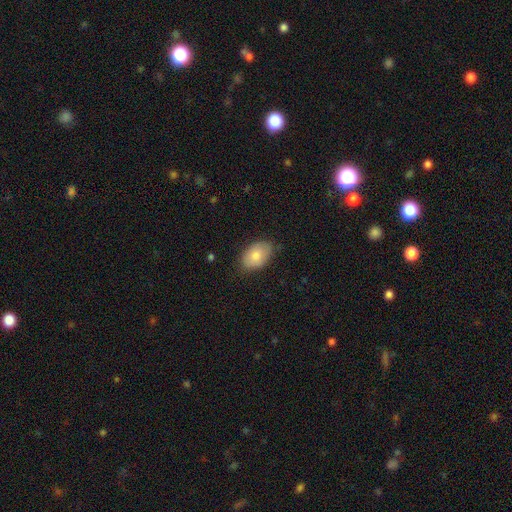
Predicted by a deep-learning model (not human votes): smooth-or-featured: smooth: 79% | featured or disk: 15% | star or artifact: 6%
  how-rounded: in between: 90% | round: 9% | cigar-shaped: 1%
  merging: none: 77% | minor disturbance: 19% | major disturbance: 3% | merger: 1%